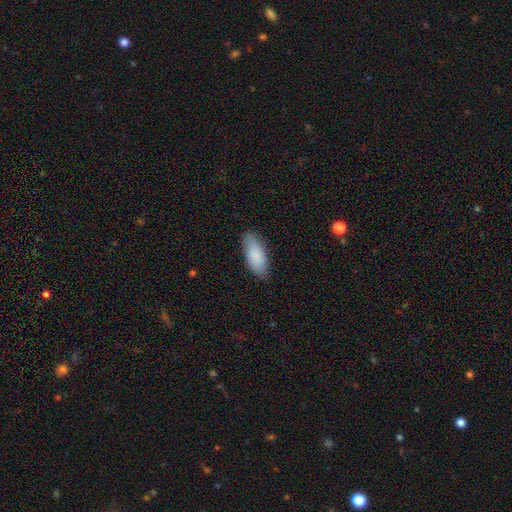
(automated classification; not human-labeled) A smooth galaxy with no disk features (86%) that is in between round and cigar-shaped (84%).

Vote fractions:
- Smooth or featured? smooth: 86% / featured or disk: 8% / star or artifact: 5%
- How rounded? in between: 84% / cigar-shaped: 14% / round: 2%
- Merging? none: 84% / minor disturbance: 13% / major disturbance: 2% / merger: 1%